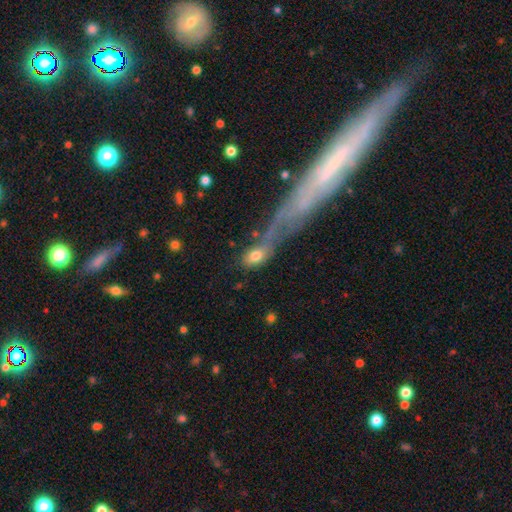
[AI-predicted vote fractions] smooth-or-featured: smooth: 74% | featured or disk: 17% | star or artifact: 9%
  how-rounded: in between: 79% | round: 13% | cigar-shaped: 8%
  merging: none: 38% | merger: 30% | major disturbance: 17% | minor disturbance: 15%